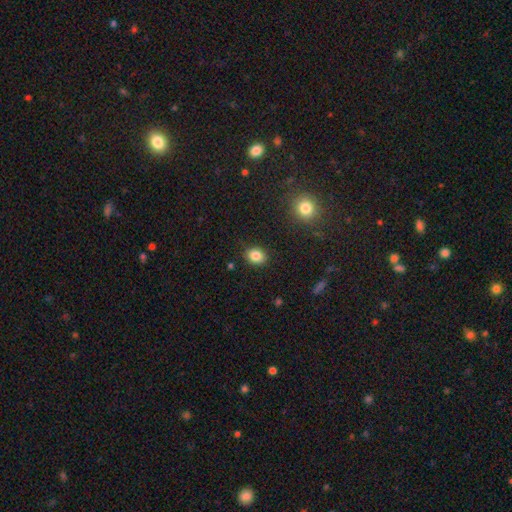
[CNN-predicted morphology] The model was most divided on "how rounded": in between: 51%, round: 48%, cigar-shaped: 1%. More confident: merging — none (88%); smooth or featured — smooth (84%).